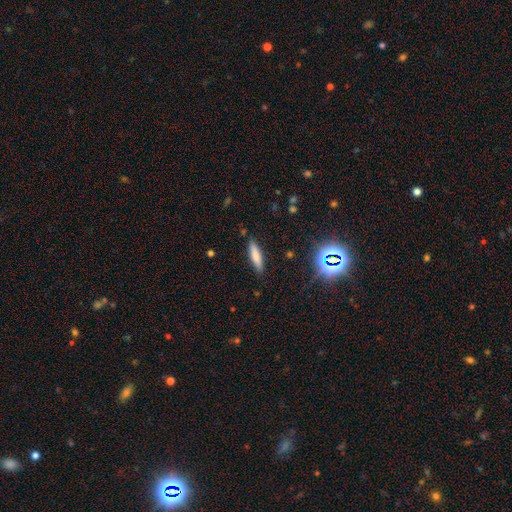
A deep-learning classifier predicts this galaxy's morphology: Smooth or featured? smooth (73%)
How rounded? cigar-shaped (78%)
Merging? none (87%)